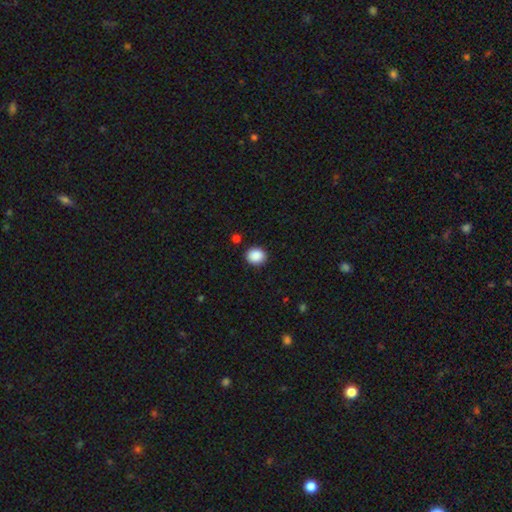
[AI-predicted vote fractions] Overall: smooth (89%). How rounded: round (70%). Merging: none (89%).